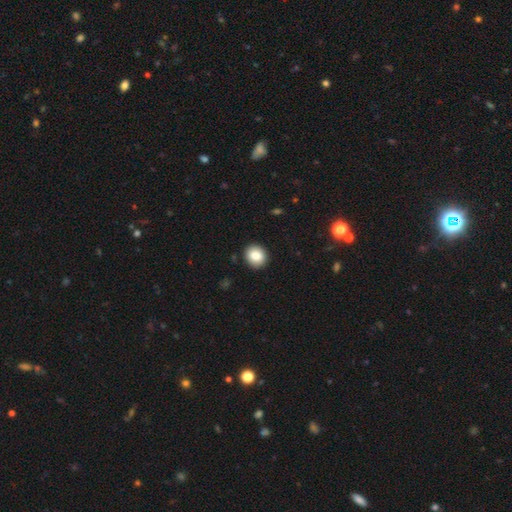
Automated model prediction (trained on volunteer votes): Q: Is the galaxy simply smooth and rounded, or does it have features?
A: smooth — 85%.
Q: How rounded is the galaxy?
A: round — 78%.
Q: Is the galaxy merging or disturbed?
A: none — 91%.